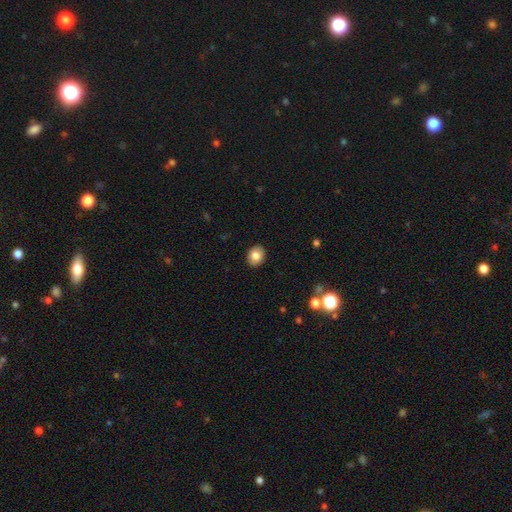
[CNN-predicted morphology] Smooth or featured? smooth (82%)
How rounded? in between (50%)
Merging? none (91%)